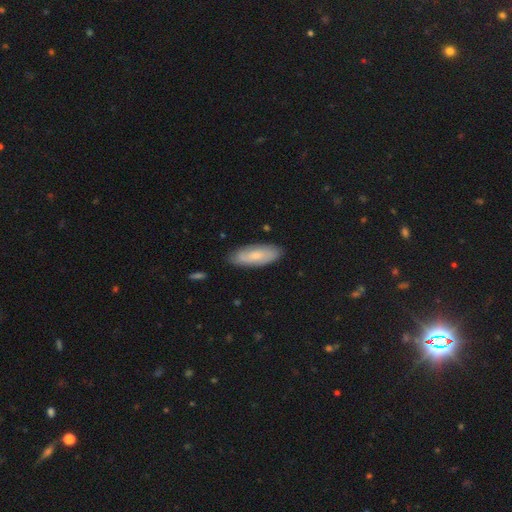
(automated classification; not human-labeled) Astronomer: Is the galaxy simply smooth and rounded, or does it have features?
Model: smooth — 61%.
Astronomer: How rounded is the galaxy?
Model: in between — 72%.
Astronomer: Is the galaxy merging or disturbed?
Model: none — 82%.